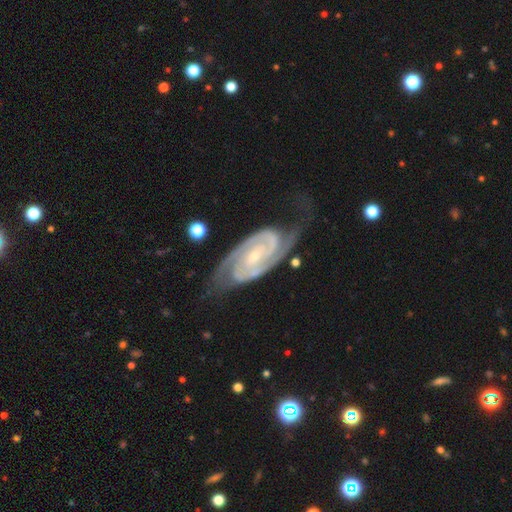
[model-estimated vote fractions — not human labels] Overall: featured or disk (93%). Edge-on disk: no (97%). Bar: no (42%; weak 36%). Spiral arms: yes (99%). Spiral arm count: 2 (89%). Spiral winding: tight (62%; medium 33%). Bulge size: small (73%). Merging: none (70%).